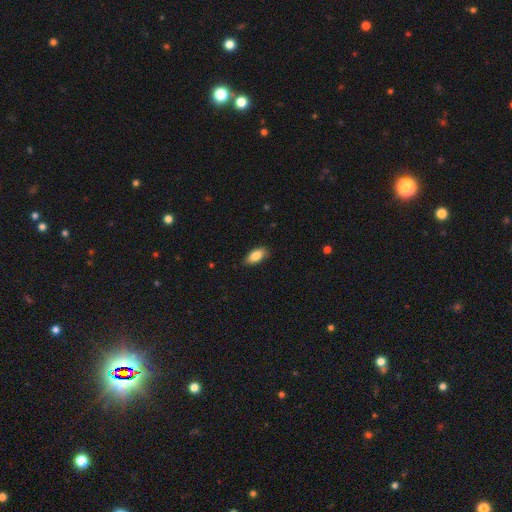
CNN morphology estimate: This is clearly a smooth galaxy (86%). How rounded: clearly in between (89%). Merging: clearly none (82%).